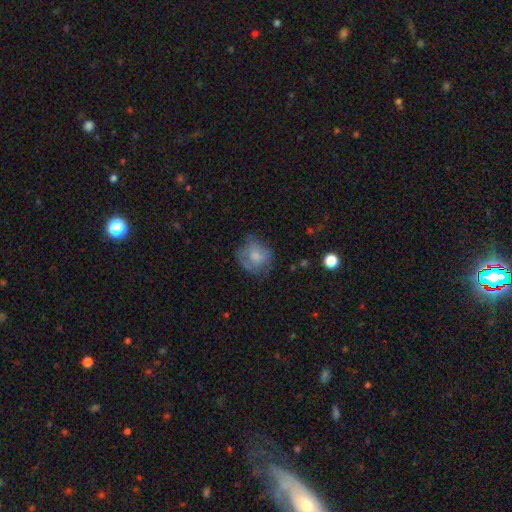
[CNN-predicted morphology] type=smooth (63%); roundness=round (71%); merging=none (46%).